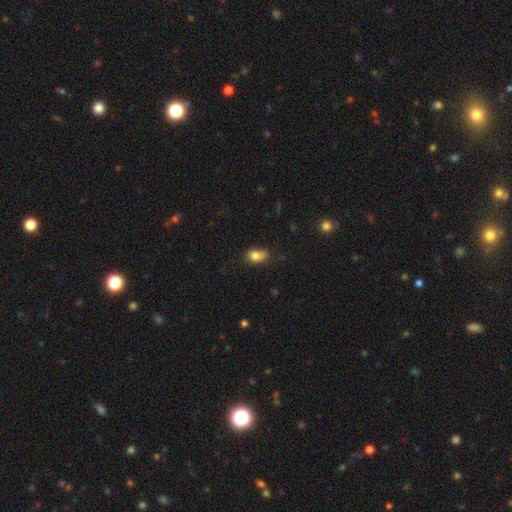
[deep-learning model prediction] The model was most divided on "merging": none: 56%, minor disturbance: 31%, major disturbance: 7%, merger: 6%. More confident: smooth or featured — smooth (81%); how rounded — in between (78%).